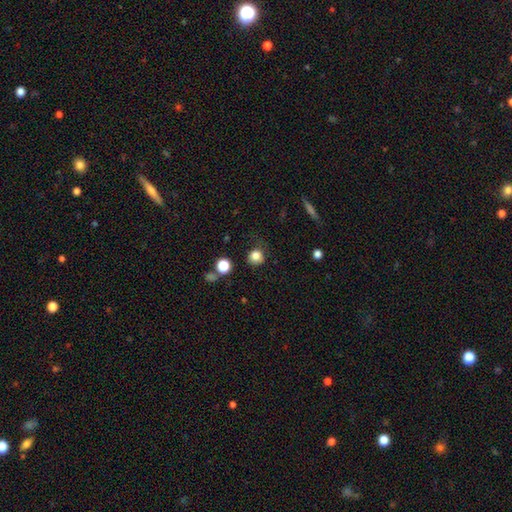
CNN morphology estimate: The model was most divided on "merging": none: 70%, minor disturbance: 19%, major disturbance: 7%, merger: 3%. More confident: how rounded — round (87%); smooth or featured — smooth (82%).